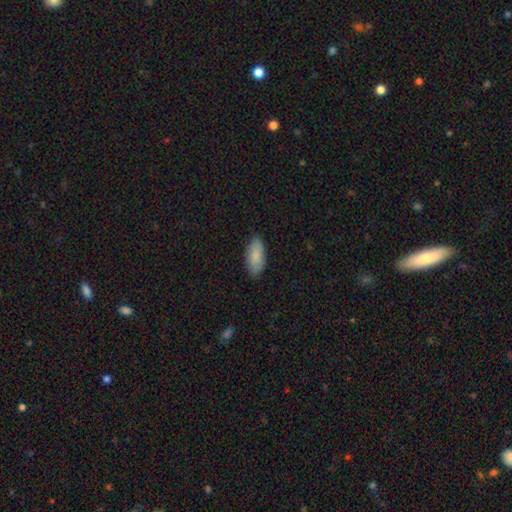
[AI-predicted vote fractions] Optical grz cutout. It shows a smooth galaxy with no disk features (85%) that is in between round and cigar-shaped (87%). Merging: none (86%).